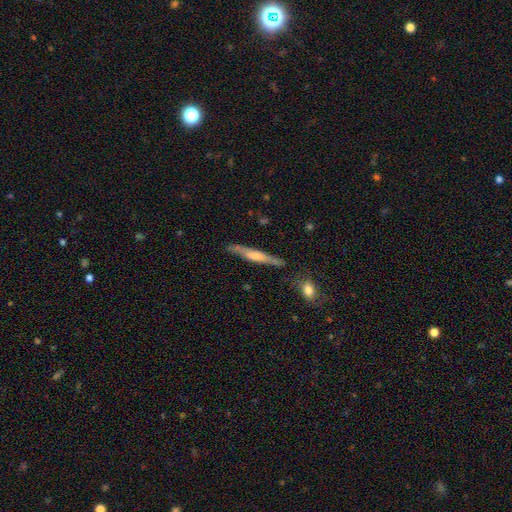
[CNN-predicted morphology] type=featured or disk (52%); edge-on=yes (90%); merging=none (79%).